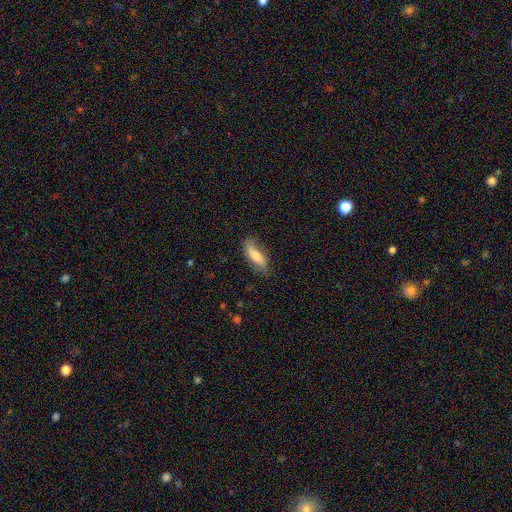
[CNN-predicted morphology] smooth_or_featured: smooth (p=0.64) [alt: featured or disk p=0.29]
how_rounded: in between (p=0.63) [alt: cigar-shaped p=0.35]
merging: none (p=0.74) [alt: minor disturbance p=0.21]